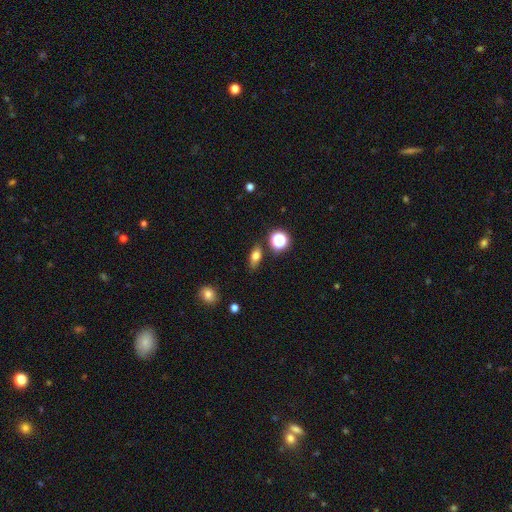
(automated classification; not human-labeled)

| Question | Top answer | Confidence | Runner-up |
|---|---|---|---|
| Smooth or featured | smooth | 72% | featured or disk (14%) |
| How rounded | in between | 70% | round (17%) |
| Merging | none | 80% | minor disturbance (13%) |